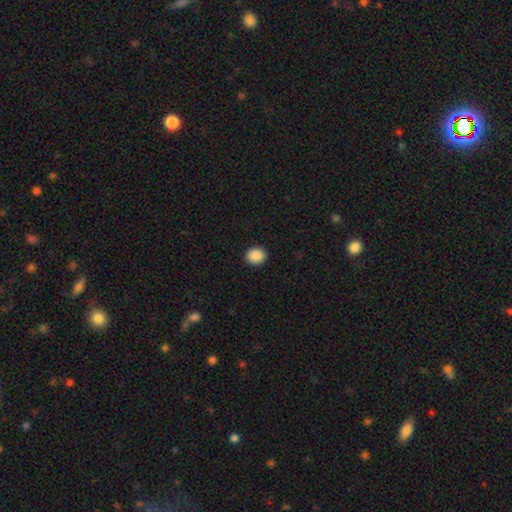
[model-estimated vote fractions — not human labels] Morphology: type=smooth (89%); roundness=round (72%); merging=none (92%).